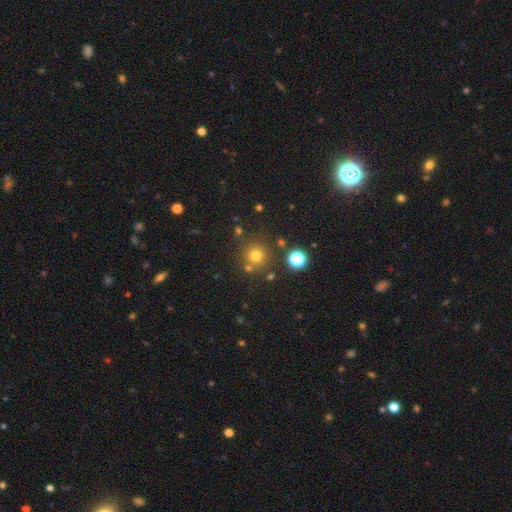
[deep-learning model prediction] Smooth or featured? smooth (73%)
How rounded? round (94%)
Merging? none (81%)